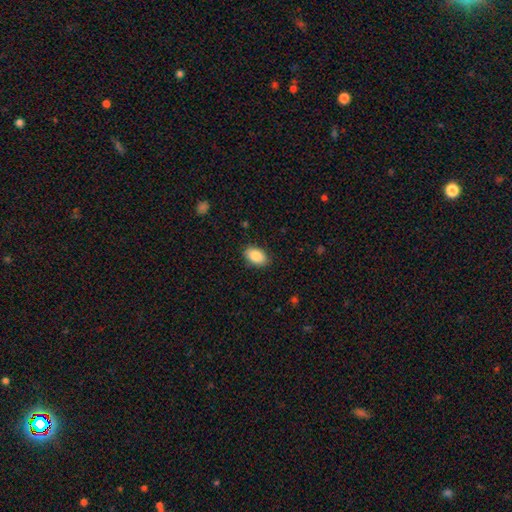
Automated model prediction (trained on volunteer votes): Morphology: type=smooth (87%); roundness=in between (91%); merging=none (87%).